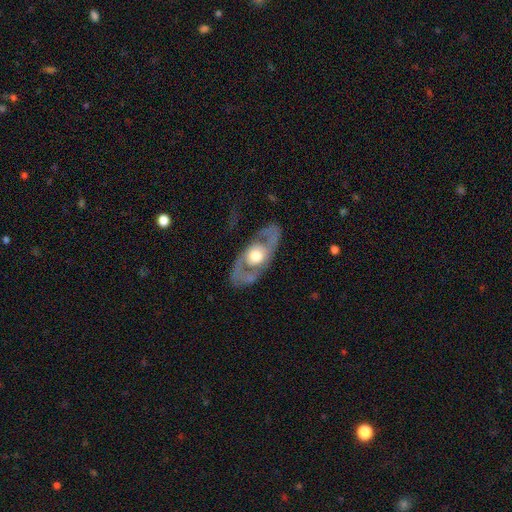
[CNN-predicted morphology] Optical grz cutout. It shows a featured or disk galaxy (79%) with no bar (77%), spiral arms (64%) and a moderate central bulge (53%). Merging: none (76%).